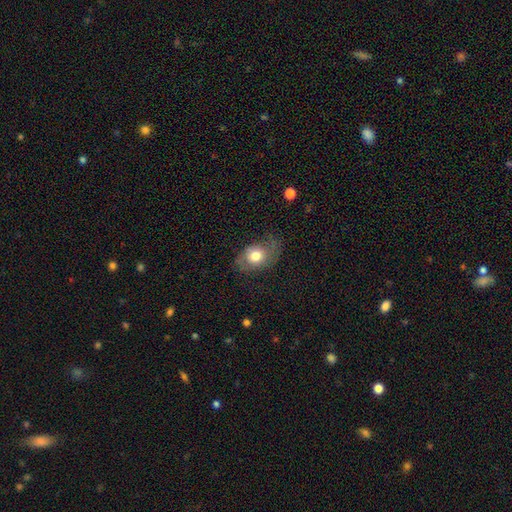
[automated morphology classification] smooth-or-featured: smooth: 61% | featured or disk: 31% | star or artifact: 8%
  how-rounded: in between: 65% | round: 33% | cigar-shaped: 1%
  merging: none: 54% | minor disturbance: 27% | major disturbance: 18% | merger: 2%